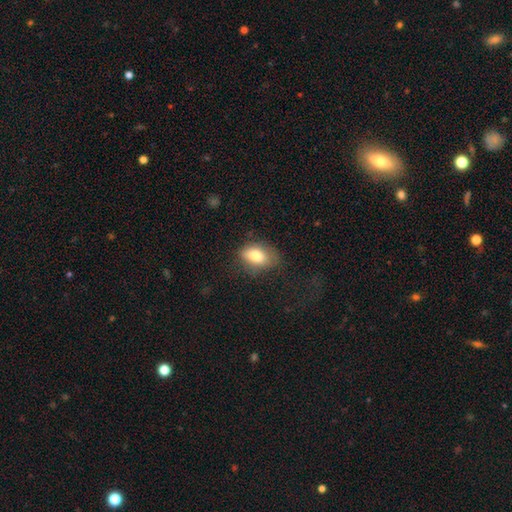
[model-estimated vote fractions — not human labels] Morphology: type=smooth (78%); roundness=in between (84%); merging=none (68%).